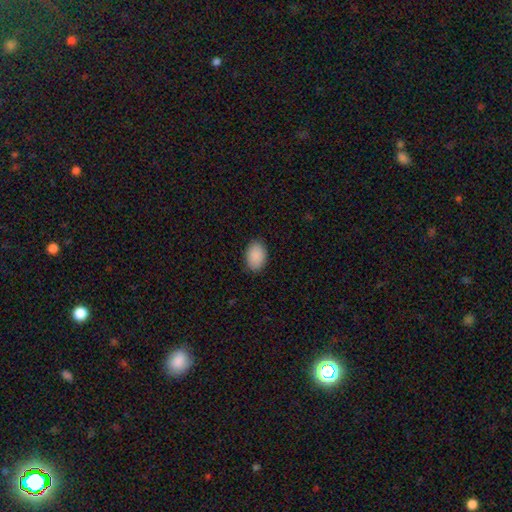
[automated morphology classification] smooth 90%, star or artifact 7%, featured or disk 3%. Down the decision tree: how rounded — in between (87%); merging — none (88%).